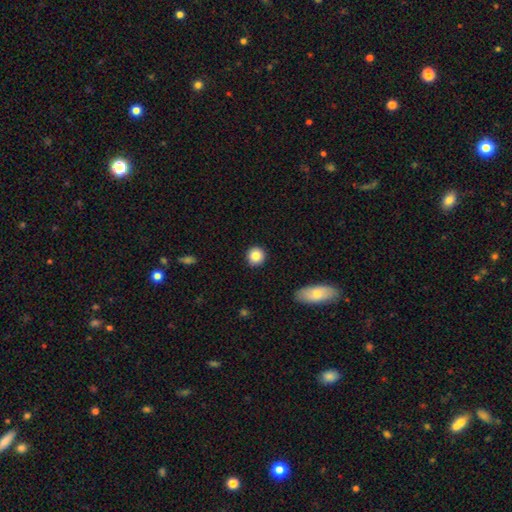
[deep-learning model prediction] Q: Smooth or featured?
A: smooth (86%); runner-up: star or artifact (9%)
Q: How rounded?
A: round (93%); runner-up: in between (6%)
Q: Merging?
A: none (91%); runner-up: minor disturbance (6%)